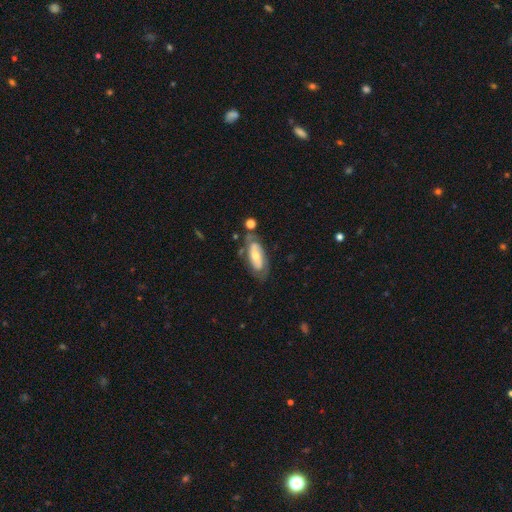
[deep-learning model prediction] The model was most divided on "bulge size": moderate: 48%, small: 44%, large: 6%, none: 2%, dominant: 1%. More confident: edge-on disk — no (86%); spiral arms — yes (69%); merging — none (62%); smooth or featured — featured or disk (58%); bar — no (57%).